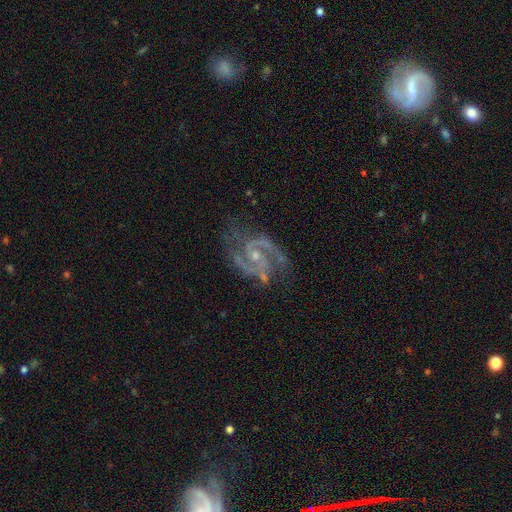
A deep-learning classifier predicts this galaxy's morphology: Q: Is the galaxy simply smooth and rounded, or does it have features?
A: featured or disk — 93%.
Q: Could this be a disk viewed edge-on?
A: no — 98%.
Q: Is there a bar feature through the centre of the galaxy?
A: no — 49%.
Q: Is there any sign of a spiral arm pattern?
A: yes — 98%.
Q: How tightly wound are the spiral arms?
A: medium — 63%.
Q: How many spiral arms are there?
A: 2 — 88%.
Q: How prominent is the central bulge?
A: small — 60%.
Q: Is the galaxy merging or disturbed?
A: none — 67%.